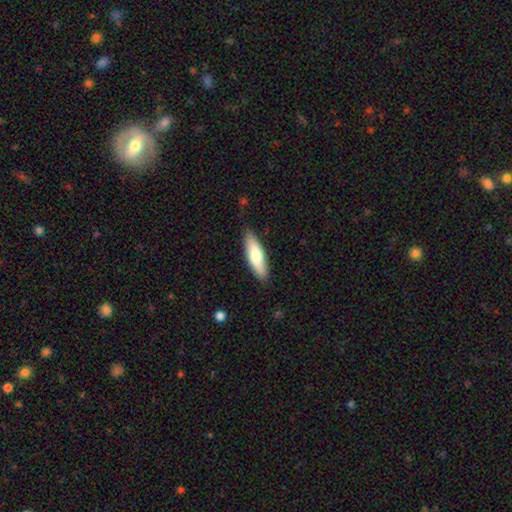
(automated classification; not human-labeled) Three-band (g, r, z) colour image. It shows a smooth galaxy with no disk features (72%) that is cigar-shaped (55%). Merging: none (85%).